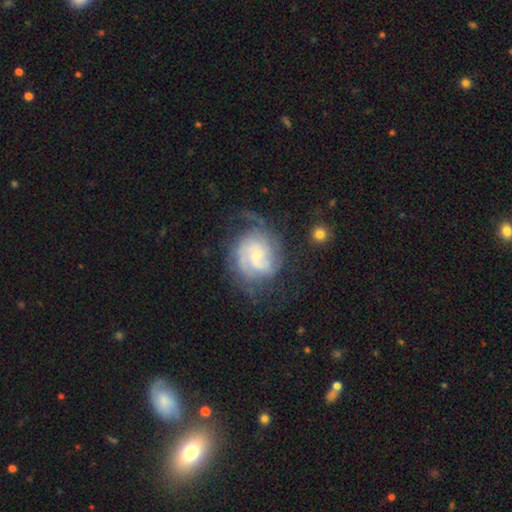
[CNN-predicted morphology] smooth-or-featured: featured or disk: 80% | smooth: 14% | star or artifact: 6%
  disk-edge-on: no: 98% | yes: 2%
    bar: no: 64% | weak: 31% | strong: 5%
    has-spiral-arms: yes: 94% | no: 6%
      spiral-winding: tight: 55% | medium: 34% | loose: 11%
      spiral-arm-count: 2: 35% | can't tell: 30% | 3: 19% | 4: 6% | 1: 5% | more than 4: 5%
    bulge-size: small: 71% | moderate: 22% | none: 4% | large: 2% | dominant: 1%
  merging: none: 60% | minor disturbance: 22% | major disturbance: 16% | merger: 2%